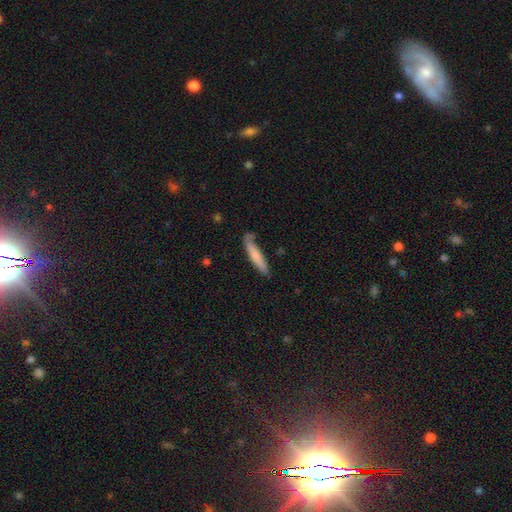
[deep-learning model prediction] The model was most divided on "merging": none: 72%, minor disturbance: 19%, major disturbance: 4%, merger: 4%. More confident: how rounded — cigar-shaped (90%); smooth or featured — smooth (74%).